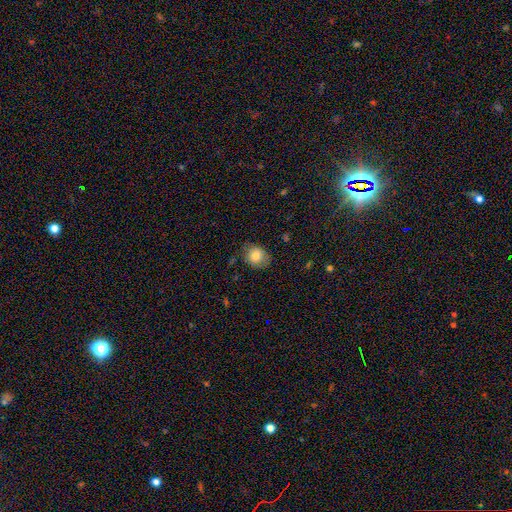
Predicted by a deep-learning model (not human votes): Smooth or featured? Predicted: smooth (p=0.78). How rounded? Predicted: round (p=0.57). Merging? Predicted: none (p=0.73).